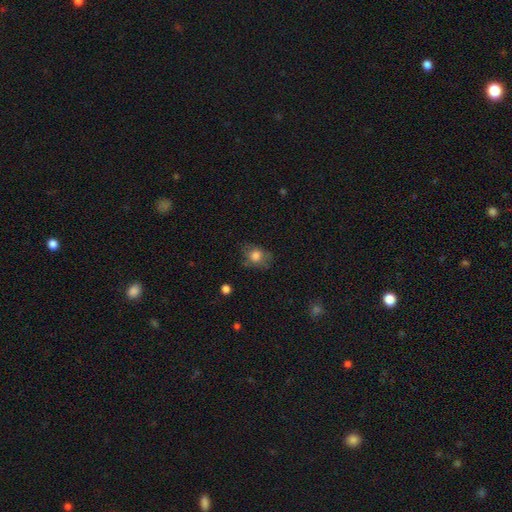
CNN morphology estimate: smooth_or_featured: smooth (p=0.76) [alt: featured or disk p=0.14]
how_rounded: round (p=0.52) [alt: in between p=0.46]
merging: none (p=0.62) [alt: minor disturbance p=0.24]